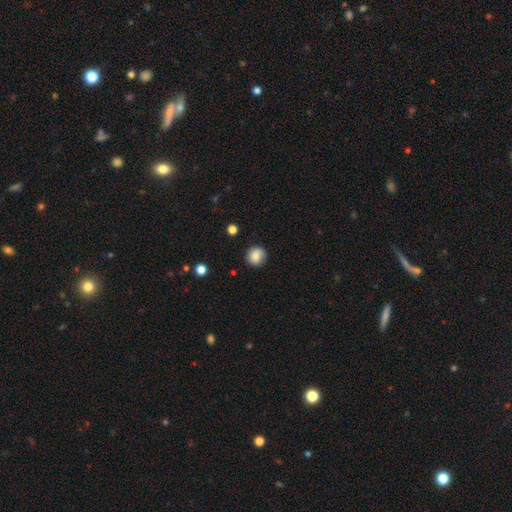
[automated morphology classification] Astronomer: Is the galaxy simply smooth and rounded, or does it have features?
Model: smooth — 83%.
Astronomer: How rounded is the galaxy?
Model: round — 86%.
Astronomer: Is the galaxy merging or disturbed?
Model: none — 83%.